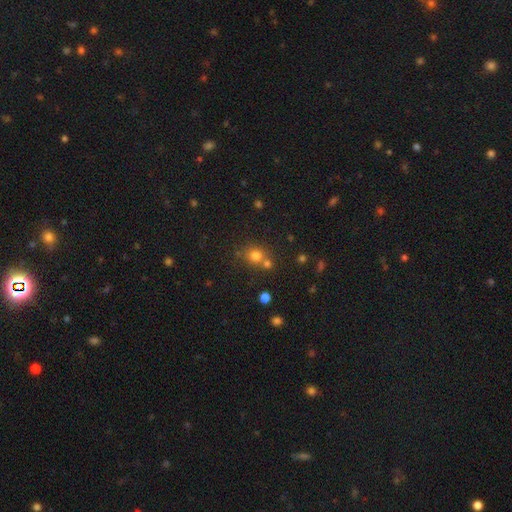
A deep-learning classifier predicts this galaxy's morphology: Smooth or featured? smooth (76%)
How rounded? round (82%)
Merging? none (57%)